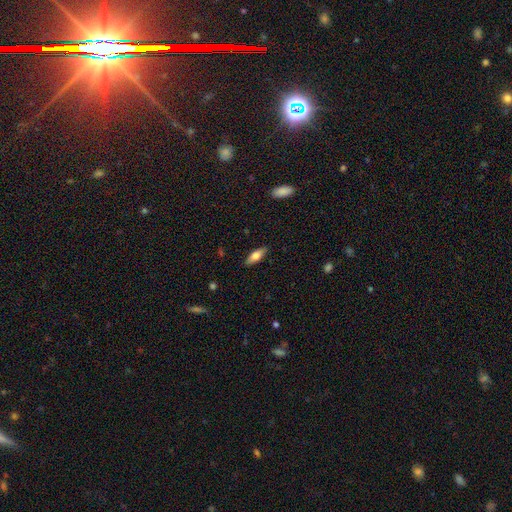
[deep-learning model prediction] Smooth or featured: smooth — 67% (featured or disk — 27%)
How rounded: in between — 66% (cigar-shaped — 32%)
Merging: none — 88% (minor disturbance — 9%)